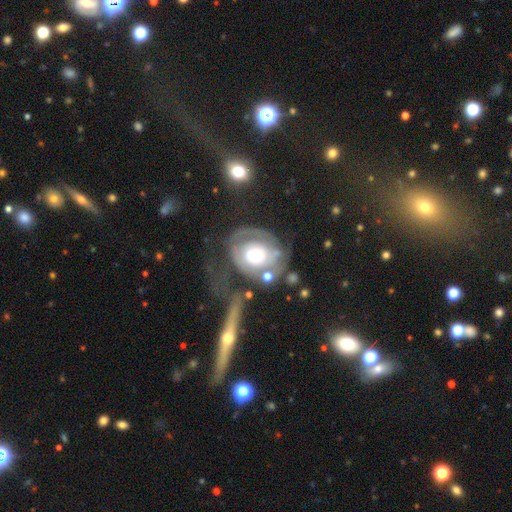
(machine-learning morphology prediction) This appears to be a featured or disk galaxy (62%) with no bar (84%), spiral arms (52%) and a moderate central bulge (65%). Merging: major disturbance (43%).